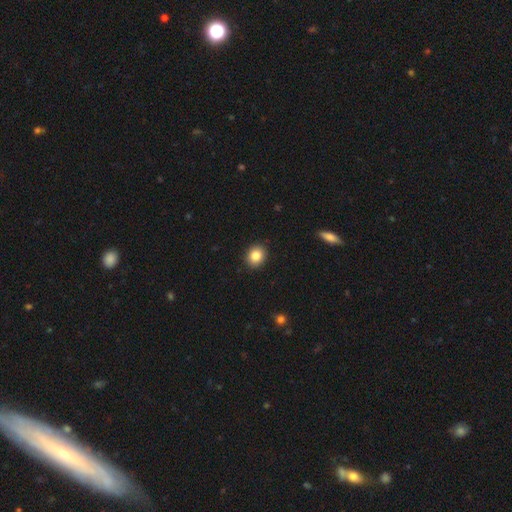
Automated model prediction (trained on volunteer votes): This is clearly a smooth galaxy (85%). How rounded: likely round (65%). Merging: clearly none (91%).